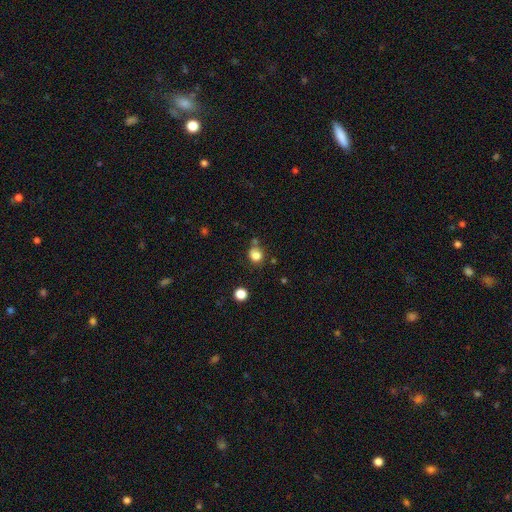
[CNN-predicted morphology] smooth-or-featured: smooth: 81% | star or artifact: 12% | featured or disk: 6%
  how-rounded: round: 80% | in between: 19% | cigar-shaped: 1%
  merging: none: 63% | minor disturbance: 18% | merger: 14% | major disturbance: 5%